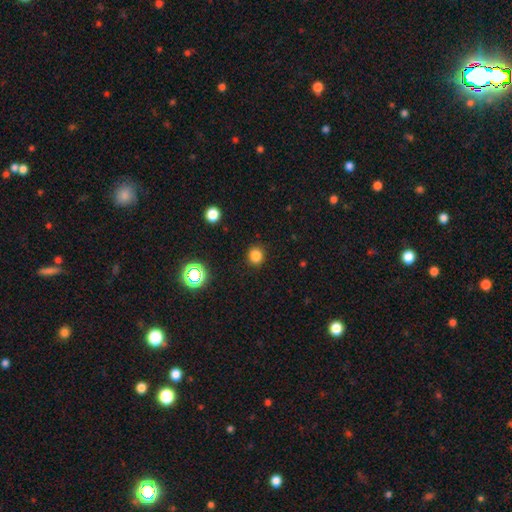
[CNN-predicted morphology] smooth_or_featured: smooth (p=0.81) [alt: star or artifact p=0.15]
how_rounded: round (p=0.77) [alt: in between p=0.22]
merging: none (p=0.88) [alt: minor disturbance p=0.08]